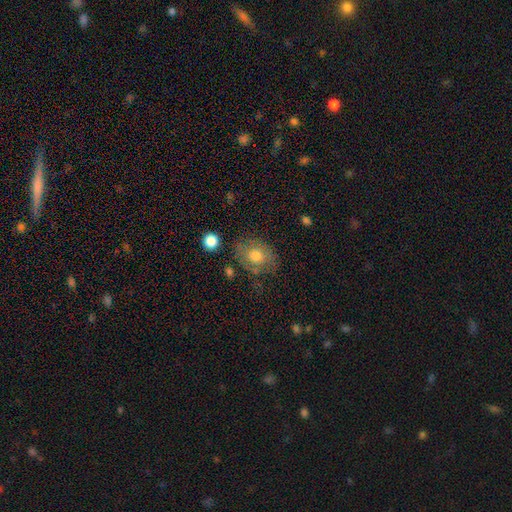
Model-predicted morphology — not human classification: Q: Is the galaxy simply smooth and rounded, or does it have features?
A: smooth — 67%.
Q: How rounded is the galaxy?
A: in between — 60%.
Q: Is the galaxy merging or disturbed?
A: none — 68%.